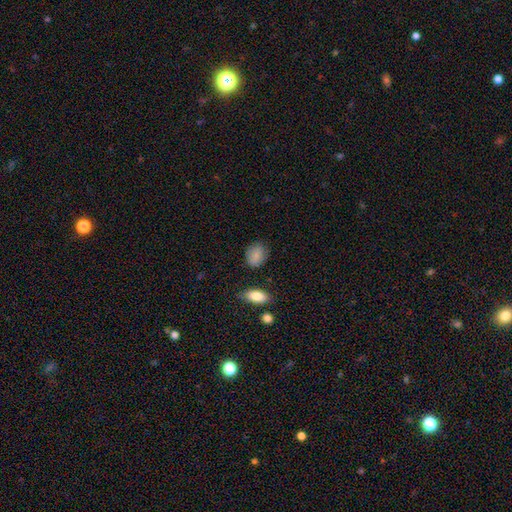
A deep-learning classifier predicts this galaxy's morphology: The model was most divided on "how rounded": in between: 65%, round: 34%, cigar-shaped: 2%. More confident: smooth or featured — smooth (86%); merging — none (76%).